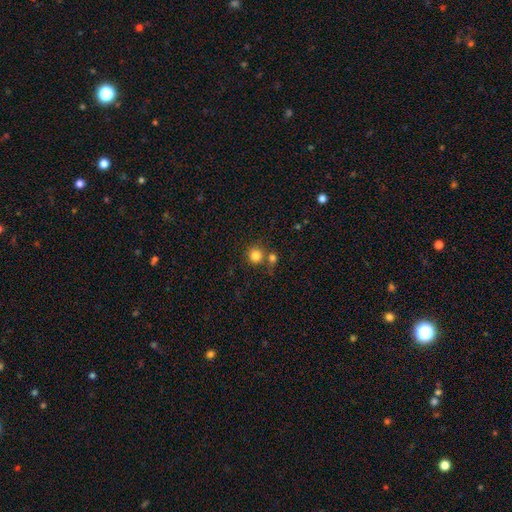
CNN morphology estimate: A smooth galaxy with no disk features (82%) that is round (92%).

Vote fractions:
- Smooth or featured? smooth: 82% / star or artifact: 11% / featured or disk: 7%
- How rounded? round: 92% / in between: 7% / cigar-shaped: 1%
- Merging? none: 61% / merger: 27% / minor disturbance: 8% / major disturbance: 4%